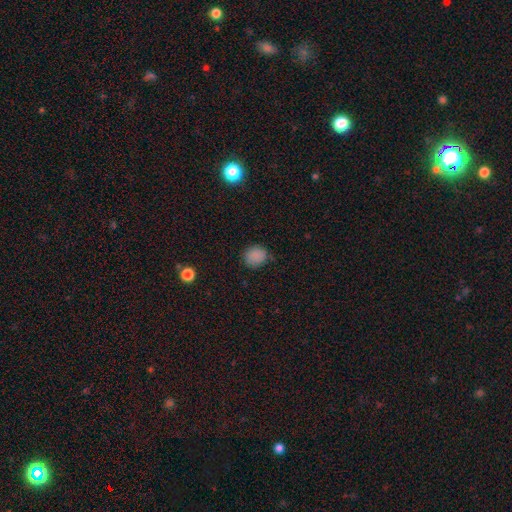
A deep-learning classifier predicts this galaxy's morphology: Smooth or featured: smooth — 84% (star or artifact — 12%)
How rounded: round — 79% (in between — 20%)
Merging: none — 80% (minor disturbance — 15%)